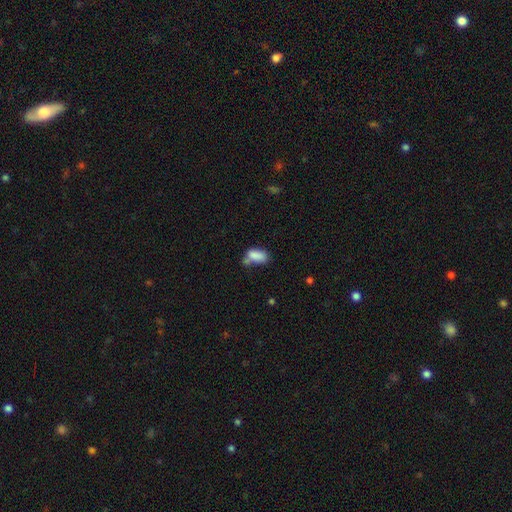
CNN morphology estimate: This appears to be a smooth galaxy with no disk features (83%) that is in between round and cigar-shaped (91%). Merging: none (37%).